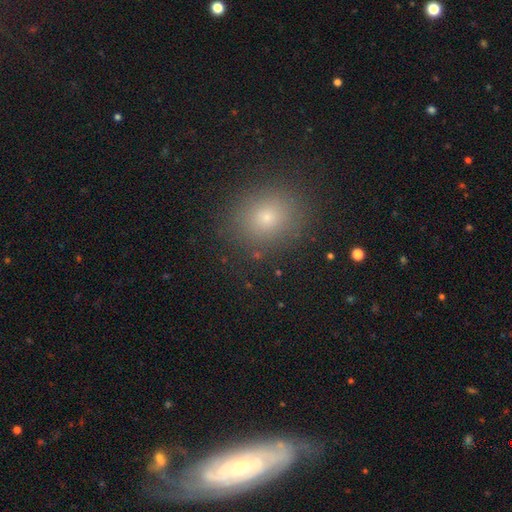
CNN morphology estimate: smooth-or-featured: smooth: 59% | star or artifact: 22% | featured or disk: 18%
  how-rounded: round: 76% | in between: 21% | cigar-shaped: 2%
  merging: none: 87% | minor disturbance: 8% | major disturbance: 3% | merger: 2%